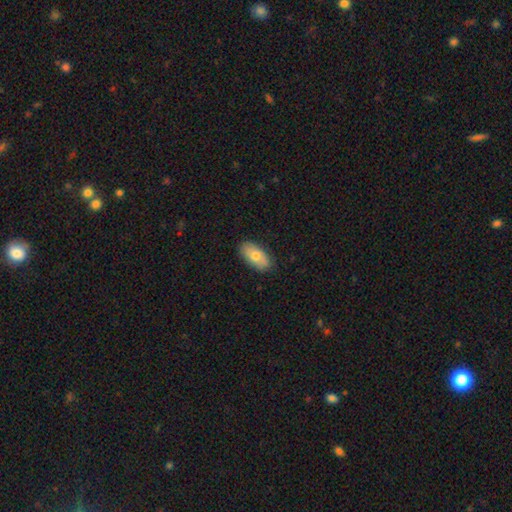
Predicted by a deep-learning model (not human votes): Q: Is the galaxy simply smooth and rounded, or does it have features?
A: smooth — 73%.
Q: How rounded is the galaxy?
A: in between — 92%.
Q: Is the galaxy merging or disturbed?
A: none — 86%.